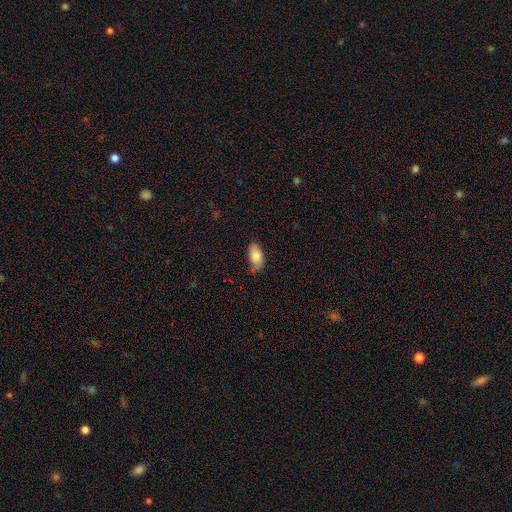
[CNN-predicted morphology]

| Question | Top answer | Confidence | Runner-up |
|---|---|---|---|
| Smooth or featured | smooth | 83% | featured or disk (11%) |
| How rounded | in between | 92% | cigar-shaped (4%) |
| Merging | none | 68% | minor disturbance (26%) |